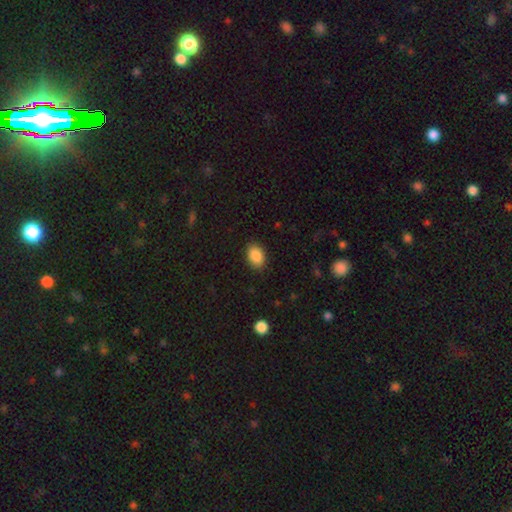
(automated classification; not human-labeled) Smooth or featured?
  - smooth: 88% *
  - star or artifact: 8%
  - featured or disk: 4%
How rounded?
  - in between: 81% *
  - round: 18%
  - cigar-shaped: 1%
Merging?
  - none: 88% *
  - minor disturbance: 9%
  - major disturbance: 2%
  - merger: 1%